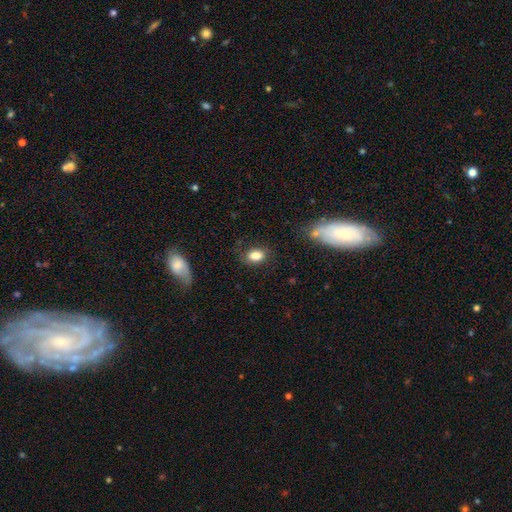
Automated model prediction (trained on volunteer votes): This is clearly a smooth galaxy (82%). How rounded: likely in between (75%). Merging: likely none (80%).